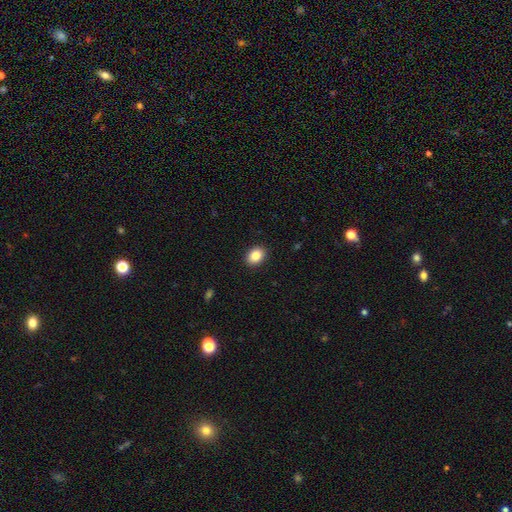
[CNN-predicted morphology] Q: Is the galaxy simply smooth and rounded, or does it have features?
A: smooth — 87%.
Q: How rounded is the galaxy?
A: in between — 65%.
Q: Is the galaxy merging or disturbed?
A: none — 91%.